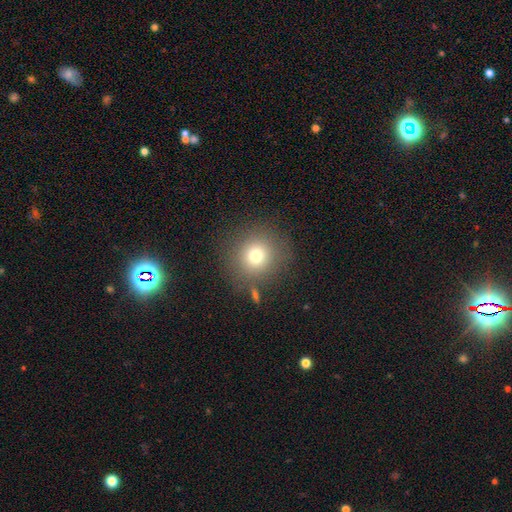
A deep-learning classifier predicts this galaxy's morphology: Overall: smooth (75%). How rounded: round (93%). Merging: none (83%).